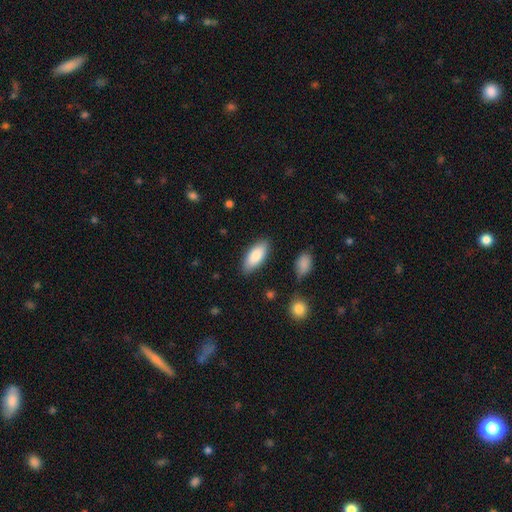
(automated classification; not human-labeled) Smooth or featured?
  - smooth: 85% *
  - featured or disk: 10%
  - star or artifact: 6%
How rounded?
  - in between: 82% *
  - cigar-shaped: 16%
  - round: 2%
Merging?
  - none: 85% *
  - minor disturbance: 10%
  - major disturbance: 2%
  - merger: 2%